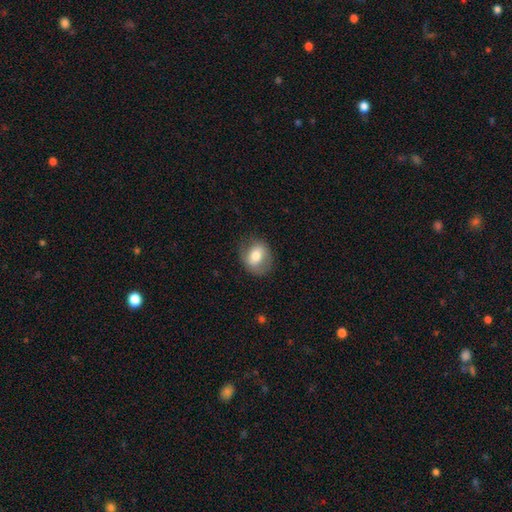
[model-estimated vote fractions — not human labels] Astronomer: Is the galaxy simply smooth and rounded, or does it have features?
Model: smooth — 64%.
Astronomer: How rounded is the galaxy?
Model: round — 50% (runner-up: in between, 49%).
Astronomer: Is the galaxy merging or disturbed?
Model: none — 76%.